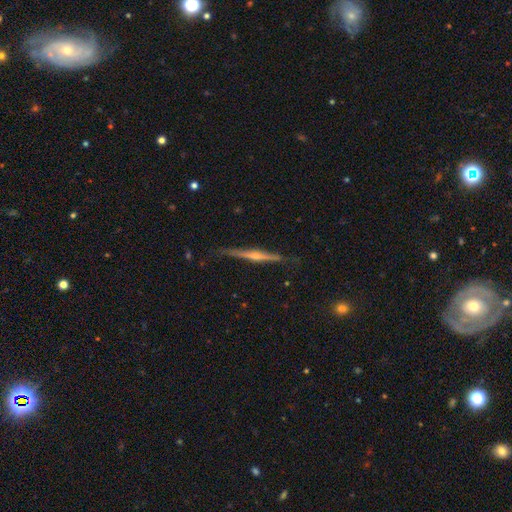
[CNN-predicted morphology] This is likely a featured or disk galaxy (77%). It is clearly viewed edge-on (98%). Edge-on bulge: clearly rounded (81%). Merging: clearly none (82%).